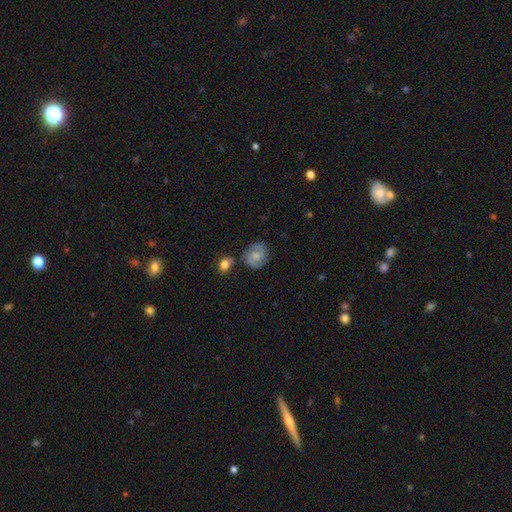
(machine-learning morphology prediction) Smooth or featured? Predicted: featured or disk (p=0.58). Edge-on disk? Predicted: no (p=0.97). Bar? Predicted: no (p=0.68). Spiral arms? Predicted: yes (p=0.91). Spiral winding? Predicted: tight (p=0.46). Spiral arm count? Predicted: 2 (p=0.65). Bulge size? Predicted: small (p=0.43). Merging? Predicted: none (p=0.67).